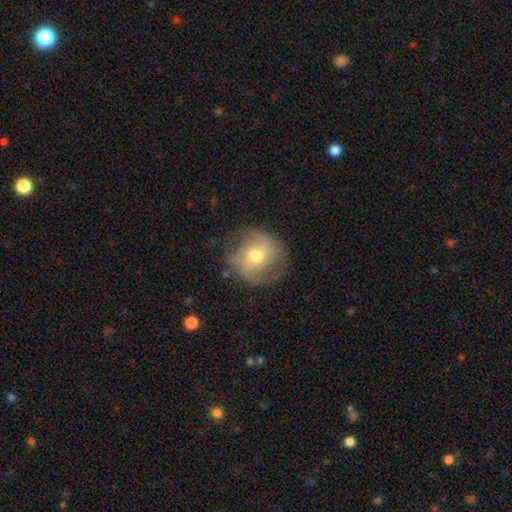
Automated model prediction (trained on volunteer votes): This is possibly a featured or disk galaxy (53%). It is clearly not viewed edge-on (96%). Bar: possibly no (49%). Spiral arm pattern: likely yes (68%). Central bulge: likely moderate (71%). Merging: likely none (68%).